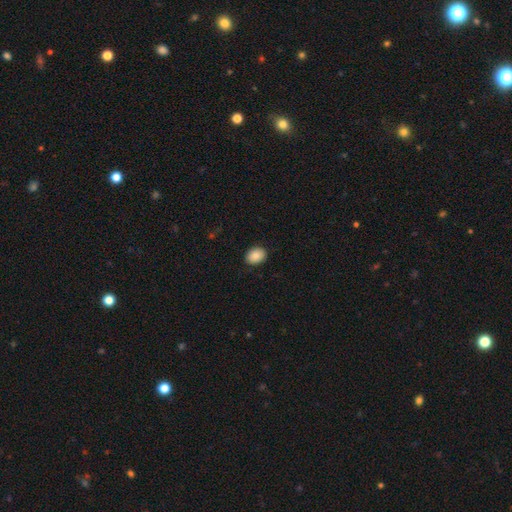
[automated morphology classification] A smooth galaxy with no disk features (87%) that is in between round and cigar-shaped (69%).

Vote fractions:
- Smooth or featured? smooth: 87% / star or artifact: 8% / featured or disk: 5%
- How rounded? in between: 69% / round: 30% / cigar-shaped: 1%
- Merging? none: 88% / minor disturbance: 9% / major disturbance: 2% / merger: 1%